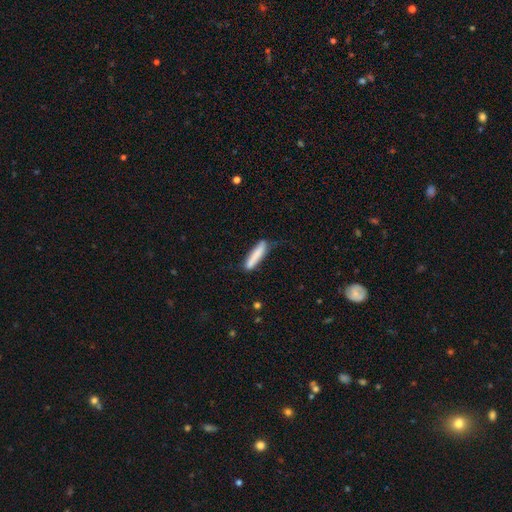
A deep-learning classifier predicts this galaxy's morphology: A smooth galaxy with no disk features (79%) that is cigar-shaped (88%). Merging: none (69%).